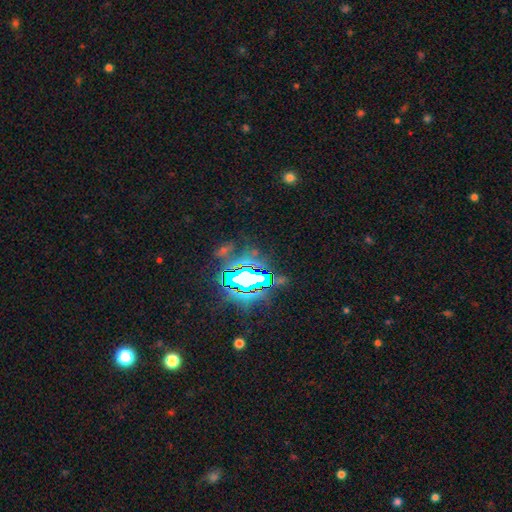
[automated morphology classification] star or artifact 78%, smooth 11%, featured or disk 11%.